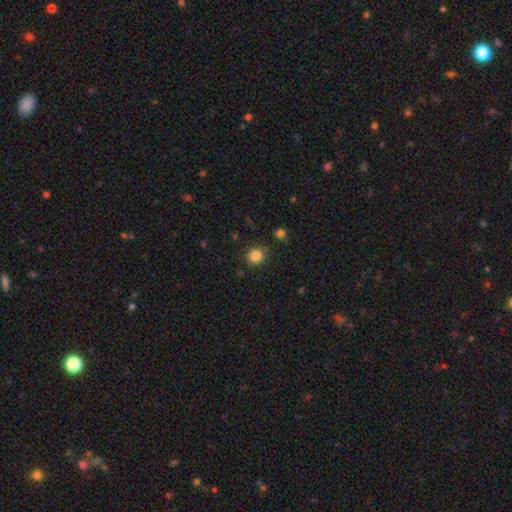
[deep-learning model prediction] This is clearly a smooth galaxy (84%). How rounded: clearly round (86%). Merging: clearly none (84%).